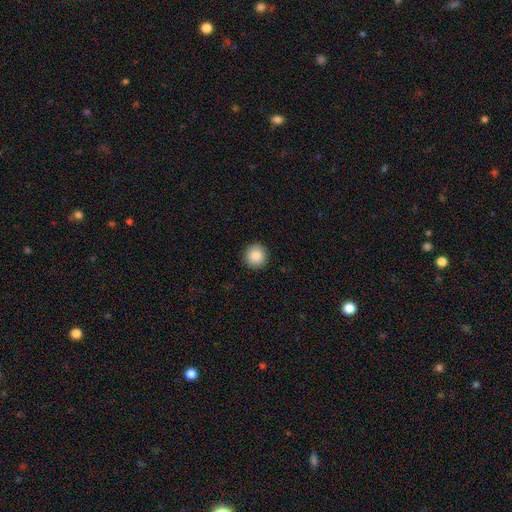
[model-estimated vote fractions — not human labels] smooth 87%, star or artifact 8%, featured or disk 4%. Down the decision tree: how rounded — round (95%); merging — none (93%).